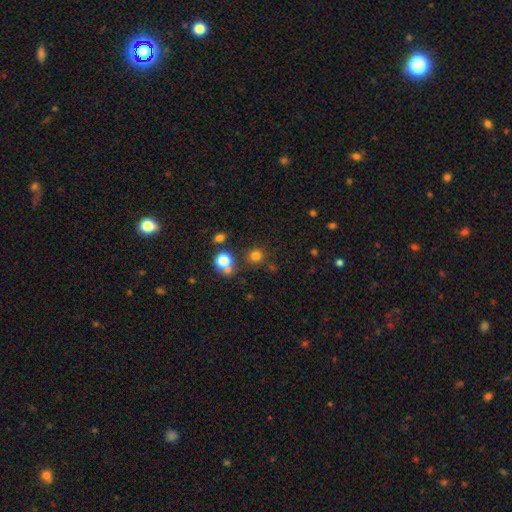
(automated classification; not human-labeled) This appears to be a smooth galaxy with no disk features (75%) that is round (92%). Merging: none (78%).